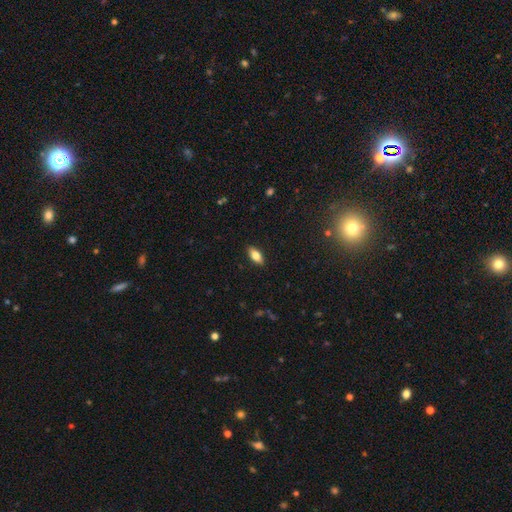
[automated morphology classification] This appears to be a smooth galaxy with no disk features (75%) that is in between round and cigar-shaped (83%). Merging: none (89%).